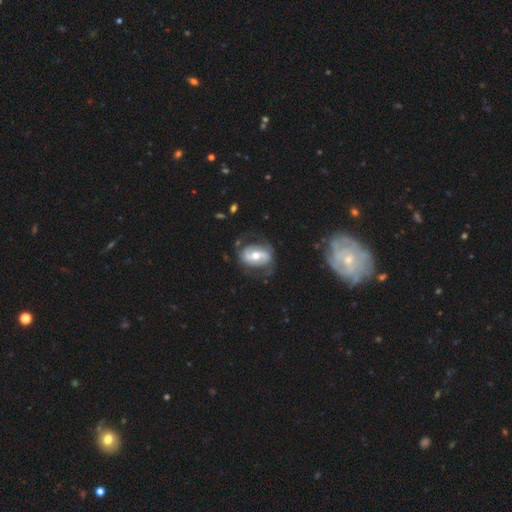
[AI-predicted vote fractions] A featured or disk galaxy (74%) with a strong bar (43%), 2 (84%) medium (40%) spiral arms (79%) and a moderate central bulge (71%).

Vote fractions:
- Smooth or featured? featured or disk: 74% / smooth: 20% / star or artifact: 5%
- Edge-on disk? no: 96% / yes: 4%
- Bar? strong: 43% / weak: 34% / no: 24%
- Spiral arms? yes: 79% / no: 21%
- Spiral winding? medium: 40% / loose: 37% / tight: 23%
- Spiral arm count? 2: 84% / can't tell: 9% / 1: 4% / 3: 1% / 4: 1% / more than 4: 1%
- Bulge size? moderate: 71% / small: 20% / large: 6% / dominant: 1% / none: 1%
- Merging? none: 66% / minor disturbance: 20% / major disturbance: 13% / merger: 2%